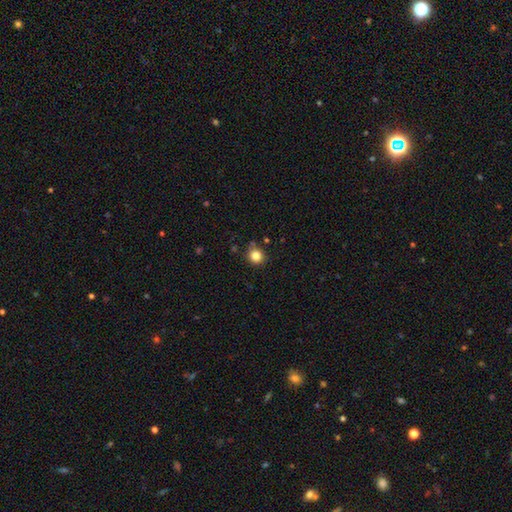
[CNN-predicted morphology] Q: Smooth or featured?
A: smooth (83%); runner-up: star or artifact (12%)
Q: How rounded?
A: round (89%); runner-up: in between (10%)
Q: Merging?
A: none (83%); runner-up: minor disturbance (11%)